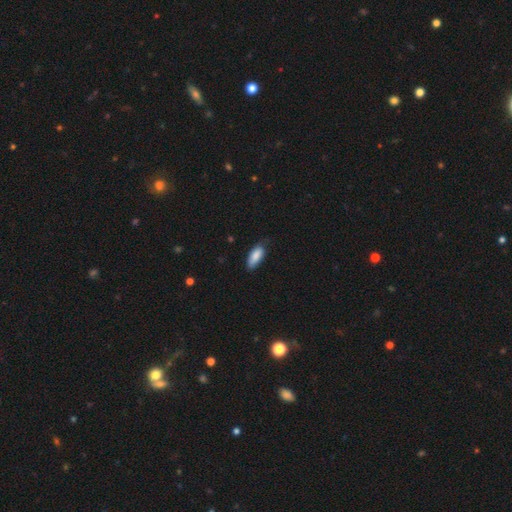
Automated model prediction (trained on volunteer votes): This appears to be a smooth galaxy with no disk features (85%) that is in between round and cigar-shaped (83%). Merging: none (63%).